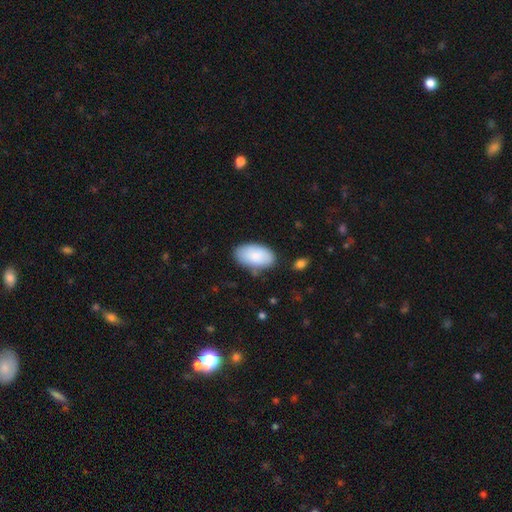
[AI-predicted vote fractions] Overall: smooth (86%). How rounded: in between (95%). Merging: none (78%).